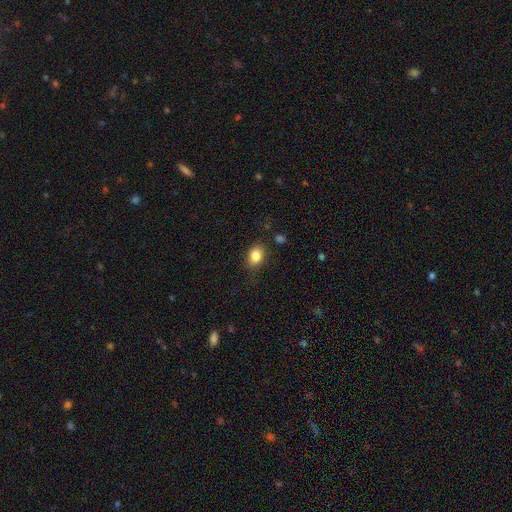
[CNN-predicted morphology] This appears to be a smooth galaxy with no disk features (84%) that is in between round and cigar-shaped (69%). Merging: none (81%).